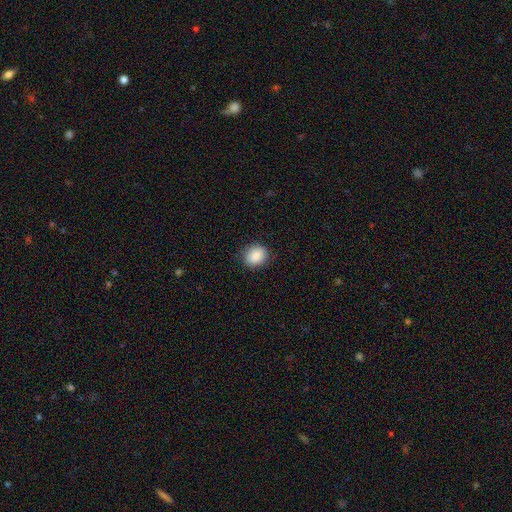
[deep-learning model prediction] Overall: smooth (88%). How rounded: round (61%; in between 38%). Merging: none (85%).